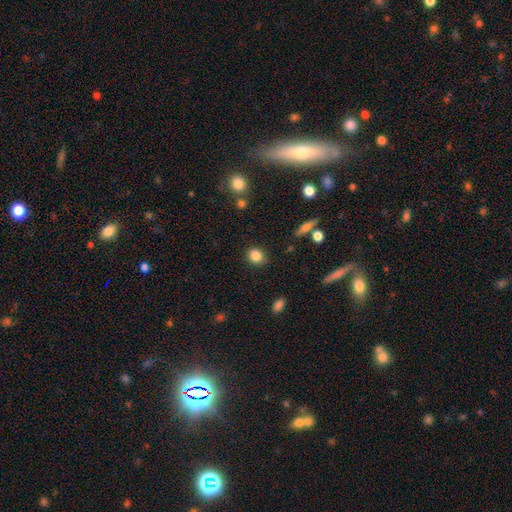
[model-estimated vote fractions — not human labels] A smooth galaxy with no disk features (85%) that is round (77%).

Vote fractions:
- Smooth or featured? smooth: 85% / star or artifact: 10% / featured or disk: 5%
- How rounded? round: 77% / in between: 21% / cigar-shaped: 1%
- Merging? none: 88% / minor disturbance: 7% / major disturbance: 3% / merger: 2%